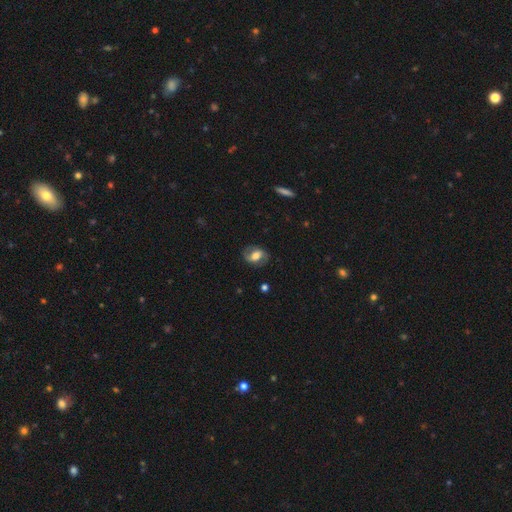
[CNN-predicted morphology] A featured or disk galaxy (60%) with a weak bar (41%), spiral arms (83%) and a moderate central bulge (54%). Merging: none (79%).